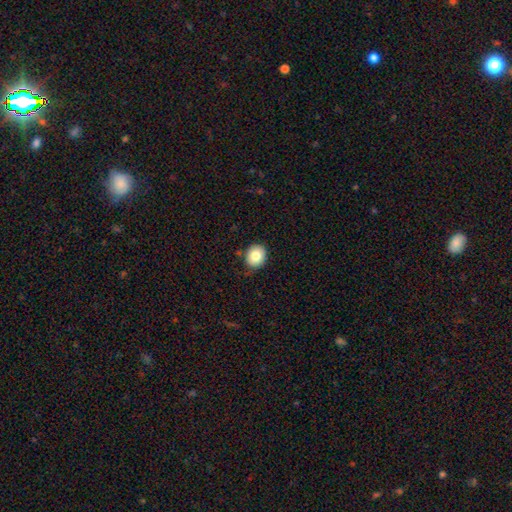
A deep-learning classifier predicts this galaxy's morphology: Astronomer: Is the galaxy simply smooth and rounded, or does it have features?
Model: smooth — 81%.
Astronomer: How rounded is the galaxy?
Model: round — 68%.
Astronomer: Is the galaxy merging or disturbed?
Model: none — 83%.